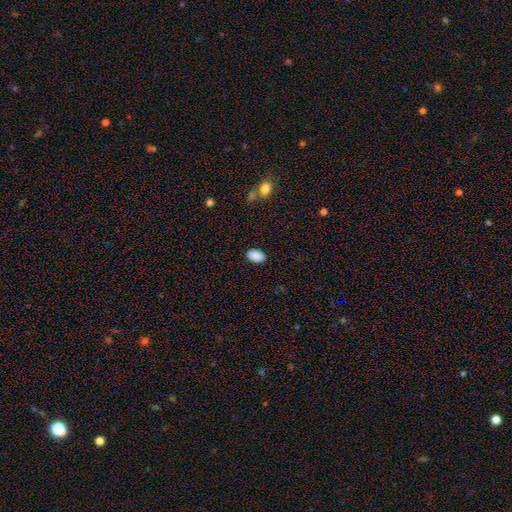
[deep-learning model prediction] Smooth or featured: smooth — 90% (star or artifact — 7%)
How rounded: in between — 92% (round — 7%)
Merging: none — 88% (minor disturbance — 9%)